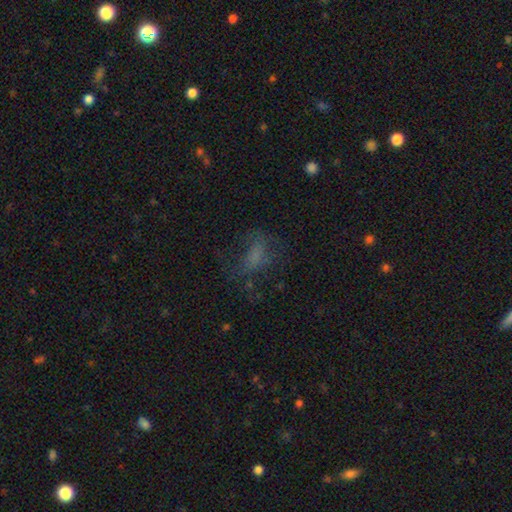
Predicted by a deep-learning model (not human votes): Morphology: type=smooth (52%); roundness=in between (76%); merging=none (48%).